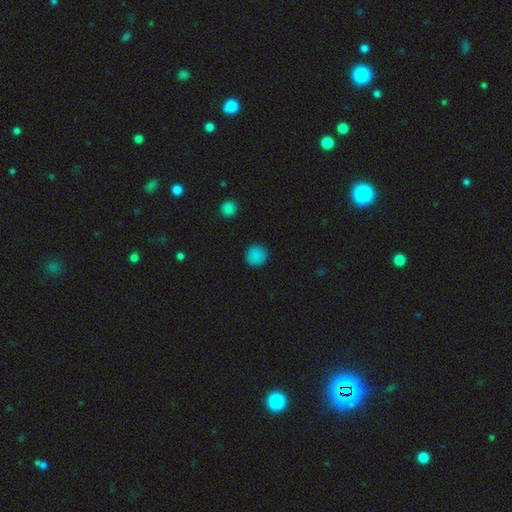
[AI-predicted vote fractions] Q: Smooth or featured?
A: smooth (85%); runner-up: star or artifact (11%)
Q: How rounded?
A: round (92%); runner-up: in between (7%)
Q: Merging?
A: none (90%); runner-up: minor disturbance (6%)